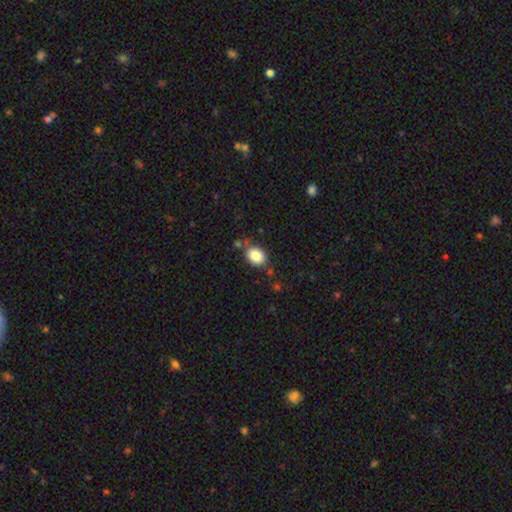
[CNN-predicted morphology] Smooth or featured? Predicted: smooth (p=0.85). How rounded? Predicted: in between (p=0.57). Merging? Predicted: none (p=0.74).